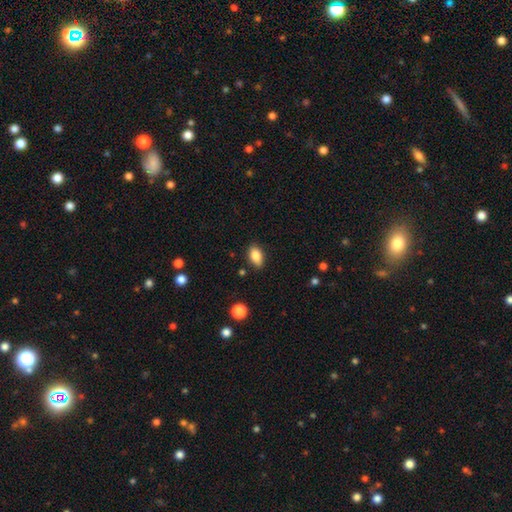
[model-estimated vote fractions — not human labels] A smooth galaxy with no disk features (84%) that is in between round and cigar-shaped (88%). Merging: none (86%).